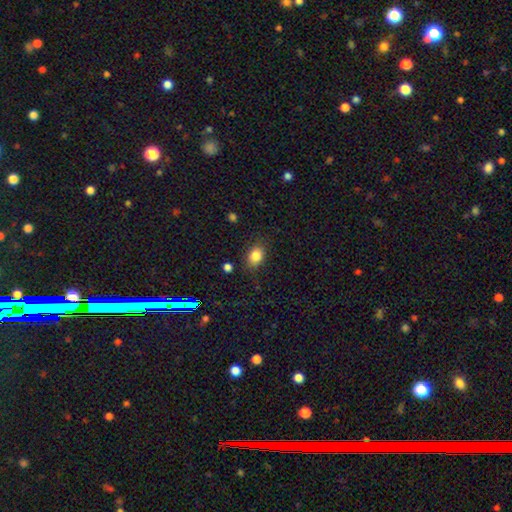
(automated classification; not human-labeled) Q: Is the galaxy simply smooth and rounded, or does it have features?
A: smooth — 83%.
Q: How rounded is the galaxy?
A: in between — 69%.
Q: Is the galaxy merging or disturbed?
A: none — 80%.